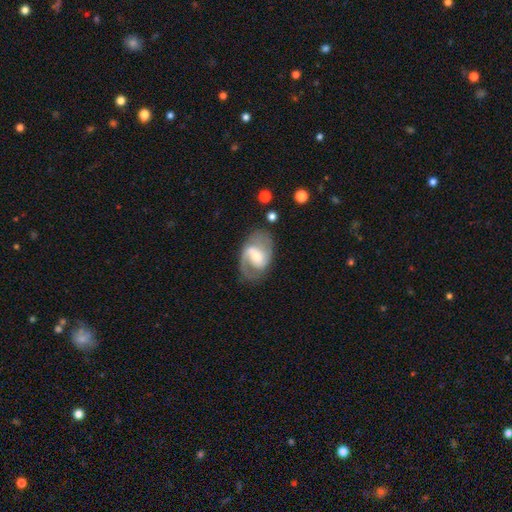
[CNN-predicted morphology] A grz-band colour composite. It shows a featured or disk galaxy (79%) with a weak bar (48%), 2 (79%) medium (51%) spiral arms (92%) and a moderate central bulge (48%). Merging: none (70%).